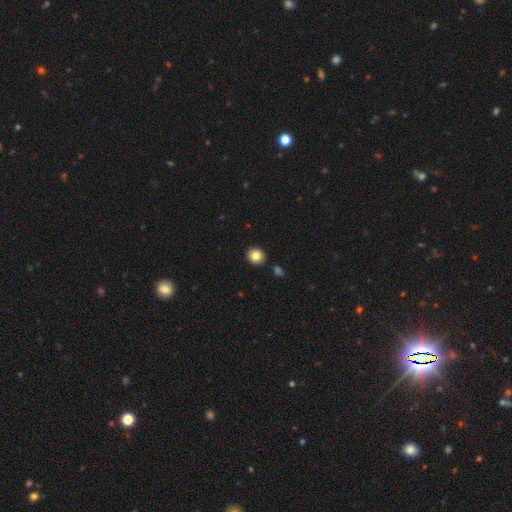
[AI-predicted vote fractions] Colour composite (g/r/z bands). It shows a smooth galaxy with no disk features (84%) that is round (83%). Merging: none (90%).